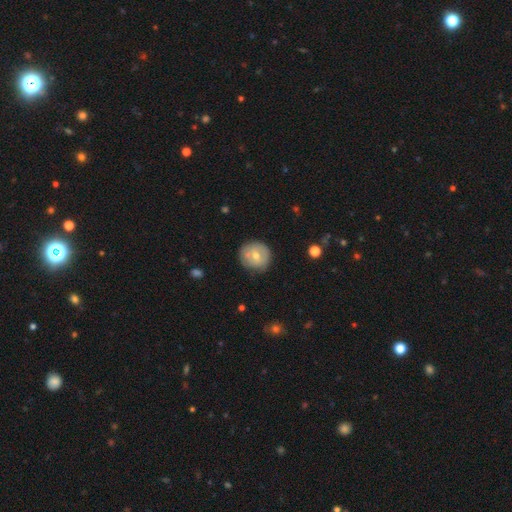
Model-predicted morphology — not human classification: The model was most divided on "smooth or featured": smooth: 55%, featured or disk: 37%, star or artifact: 7%. More confident: how rounded — round (90%); merging — none (79%).